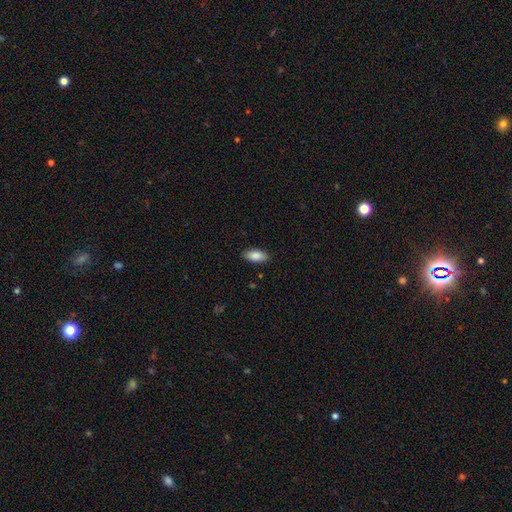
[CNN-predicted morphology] A smooth galaxy with no disk features (87%) that is in between round and cigar-shaped (89%). Merging: none (88%).